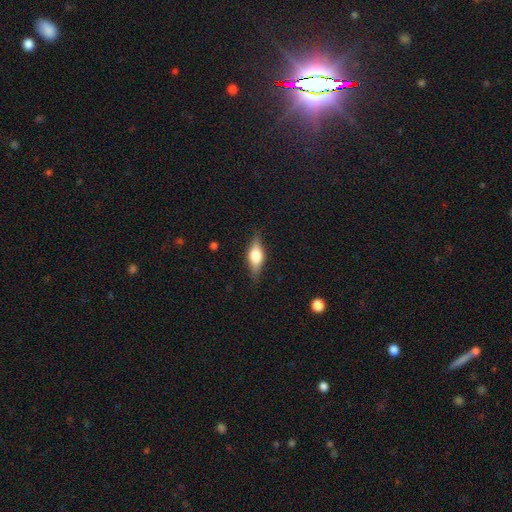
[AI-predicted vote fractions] This is possibly a featured or disk galaxy (53%). It is clearly viewed edge-on (93%). Merging: clearly none (84%).